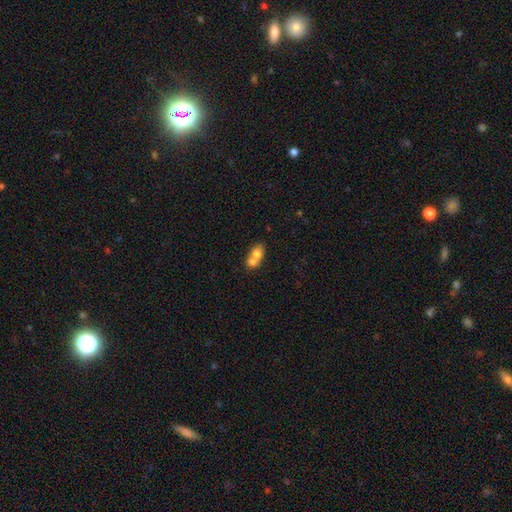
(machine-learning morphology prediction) Smooth or featured? smooth (71%)
How rounded? in between (50%)
Merging? merger (73%)